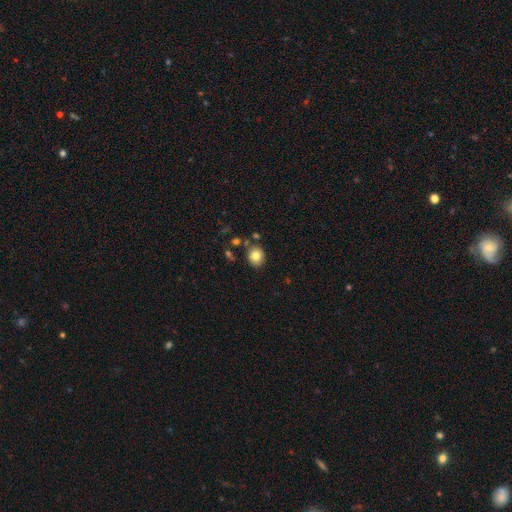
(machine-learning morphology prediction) Smooth or featured? smooth (81%)
How rounded? round (64%)
Merging? none (80%)